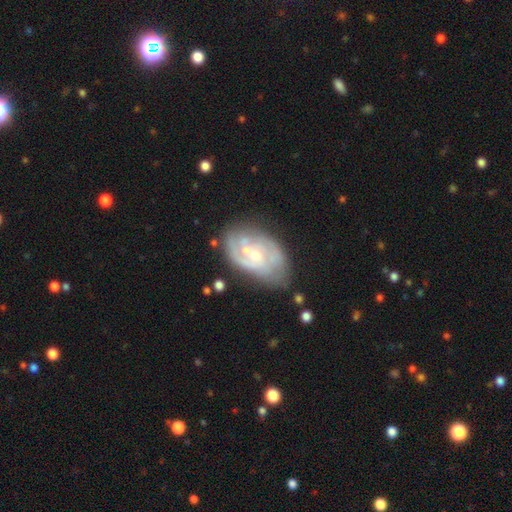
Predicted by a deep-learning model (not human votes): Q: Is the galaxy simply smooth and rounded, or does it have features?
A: featured or disk — 80%.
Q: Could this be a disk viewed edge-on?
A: no — 97%.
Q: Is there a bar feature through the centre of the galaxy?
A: no — 62%.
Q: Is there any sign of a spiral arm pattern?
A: yes — 88%.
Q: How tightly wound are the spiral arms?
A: tight — 48%.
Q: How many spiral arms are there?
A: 2 — 46%.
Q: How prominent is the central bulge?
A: small — 62%.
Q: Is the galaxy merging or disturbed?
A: none — 58%.